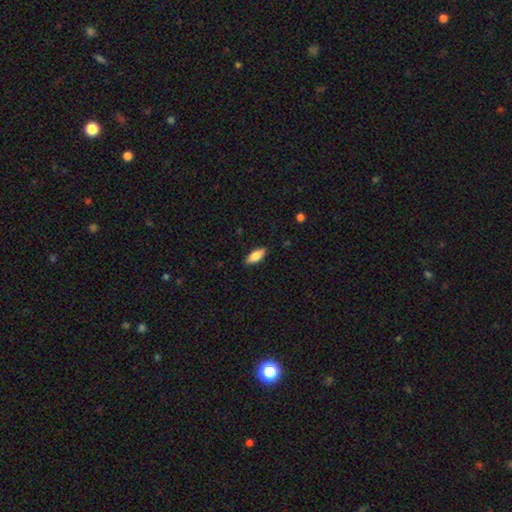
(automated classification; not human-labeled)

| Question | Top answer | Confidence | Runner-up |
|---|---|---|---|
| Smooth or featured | smooth | 78% | featured or disk (16%) |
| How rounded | in between | 74% | cigar-shaped (24%) |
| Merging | none | 86% | minor disturbance (11%) |